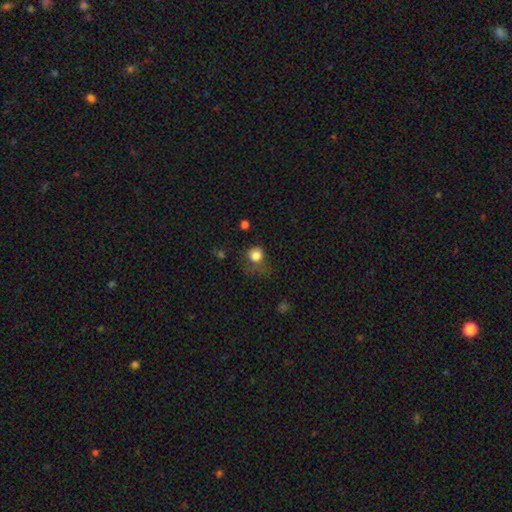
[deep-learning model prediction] The model was most divided on "merging": none: 50%, minor disturbance: 26%, major disturbance: 20%, merger: 3%. More confident: how rounded — round (85%); smooth or featured — smooth (82%).